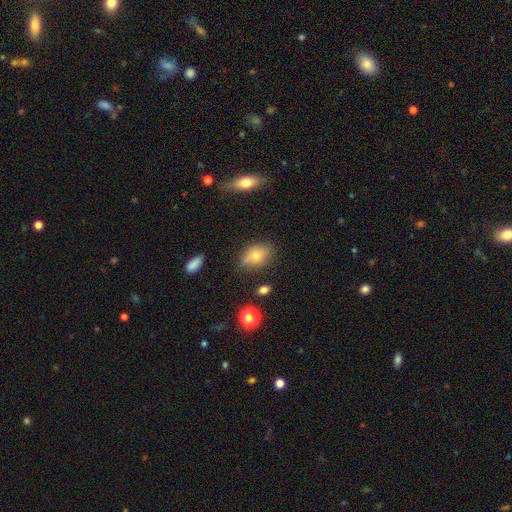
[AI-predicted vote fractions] This appears to be a smooth galaxy with no disk features (69%) that is in between round and cigar-shaped (78%). Merging: none (69%).